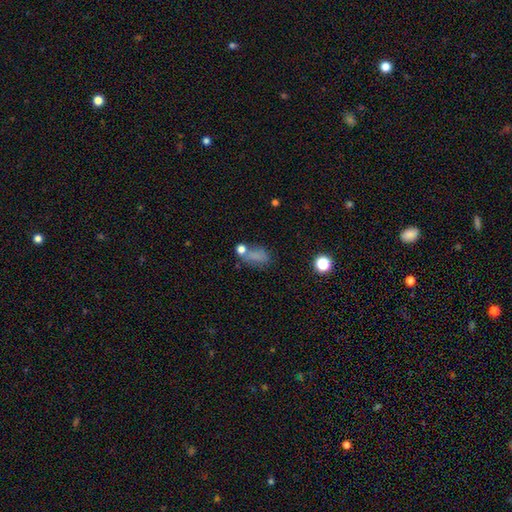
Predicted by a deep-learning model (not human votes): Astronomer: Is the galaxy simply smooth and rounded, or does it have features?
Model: smooth — 69%.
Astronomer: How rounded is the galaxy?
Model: in between — 75%.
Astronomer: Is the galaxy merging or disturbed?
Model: none — 42% (runner-up: merger, 23%).